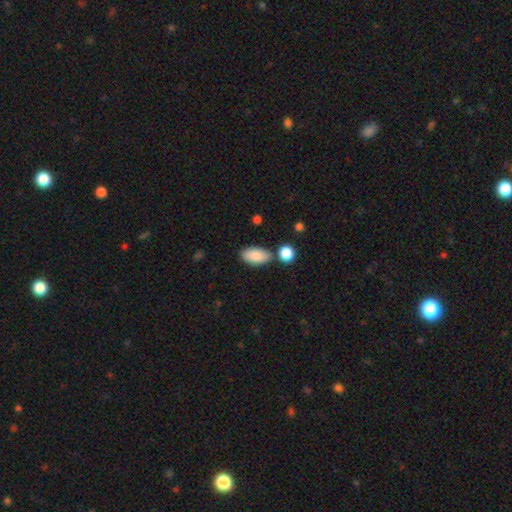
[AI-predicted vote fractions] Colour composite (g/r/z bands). It shows a smooth galaxy with no disk features (86%) that is in between round and cigar-shaped (93%). Merging: none (72%).